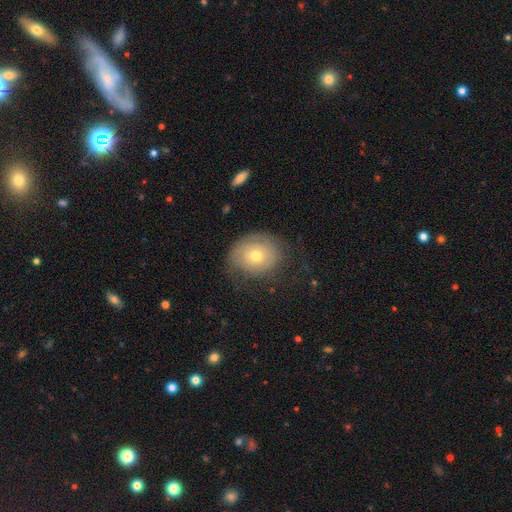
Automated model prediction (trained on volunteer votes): This is possibly a featured or disk galaxy (50%). Merging: likely none (63%).